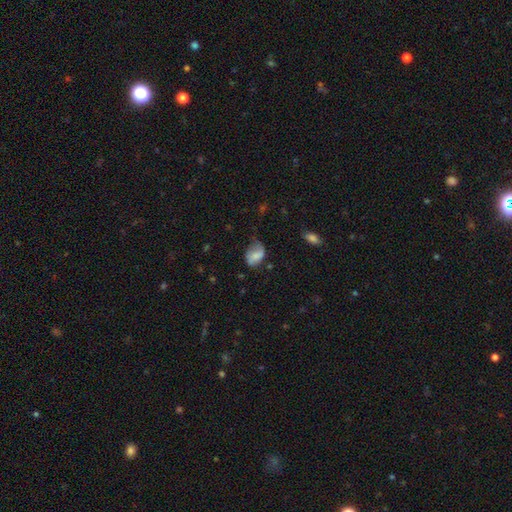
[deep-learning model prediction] smooth_or_featured: smooth (p=0.68) [alt: featured or disk p=0.24]
how_rounded: in between (p=0.77) [alt: round p=0.21]
merging: minor disturbance (p=0.38) [tied with: none p=0.38]